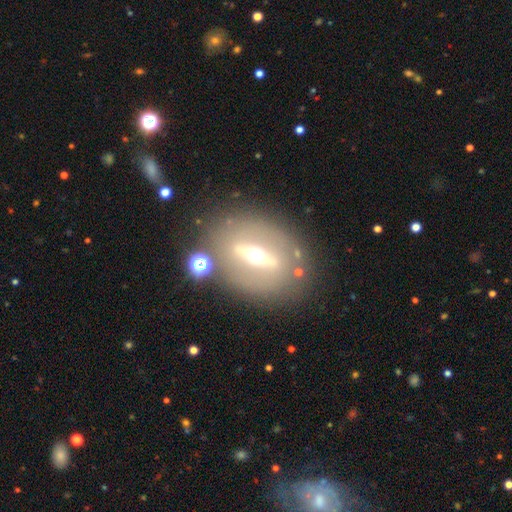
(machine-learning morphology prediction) smooth-or-featured: featured or disk: 71% | smooth: 20% | star or artifact: 9%
  disk-edge-on: no: 63% | yes: 37%
  merging: none: 80% | minor disturbance: 11% | major disturbance: 6% | merger: 4%